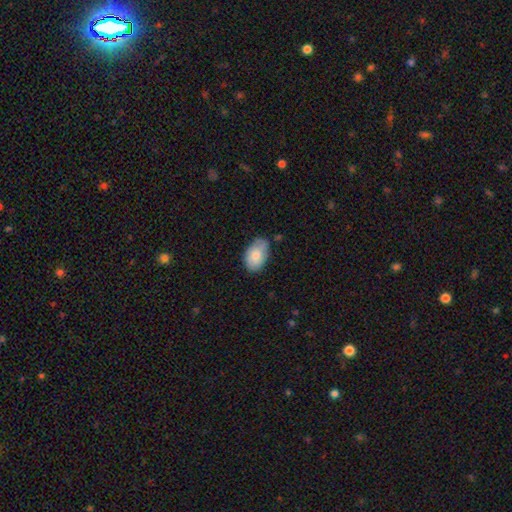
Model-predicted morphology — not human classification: Smooth or featured: smooth — 83% (featured or disk — 11%)
How rounded: in between — 91% (round — 8%)
Merging: none — 68% (minor disturbance — 26%)